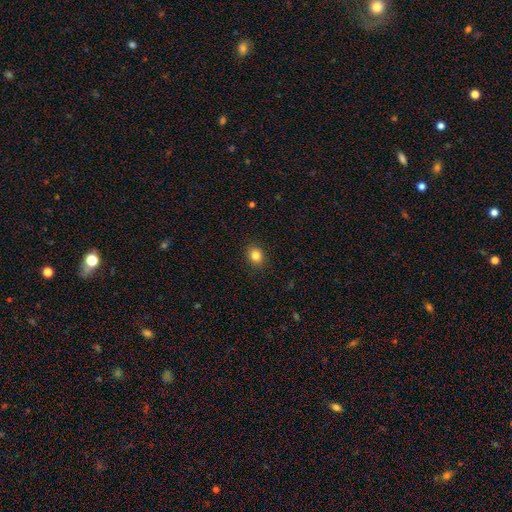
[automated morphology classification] This appears to be a smooth galaxy with no disk features (83%) that is round (68%). Merging: none (90%).